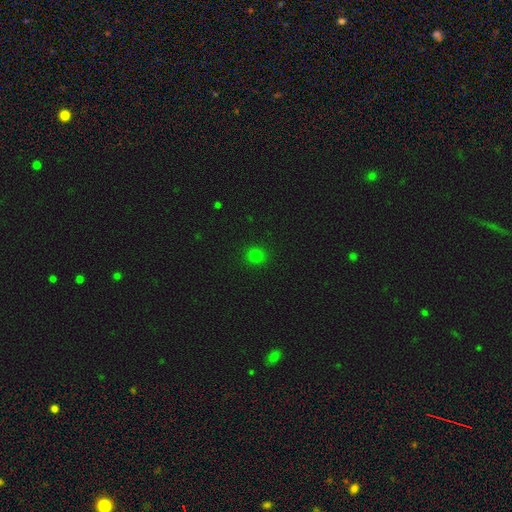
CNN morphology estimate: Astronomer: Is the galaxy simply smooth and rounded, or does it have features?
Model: smooth — 76%.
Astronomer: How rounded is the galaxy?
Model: round — 91%.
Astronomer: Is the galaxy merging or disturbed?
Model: none — 91%.